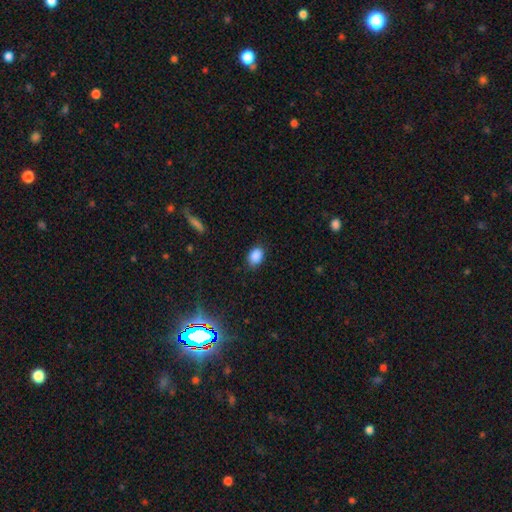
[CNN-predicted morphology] Smooth or featured?
  - smooth: 88% *
  - star or artifact: 9%
  - featured or disk: 4%
How rounded?
  - in between: 76% *
  - round: 23%
  - cigar-shaped: 1%
Merging?
  - none: 81% *
  - minor disturbance: 14%
  - major disturbance: 3%
  - merger: 1%